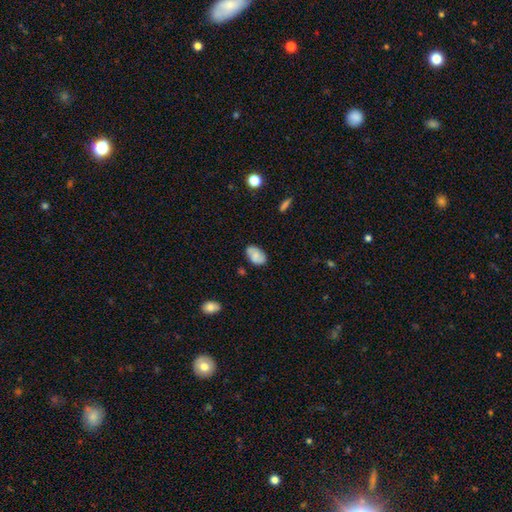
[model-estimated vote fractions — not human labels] Smooth or featured? smooth (69%)
How rounded? in between (91%)
Merging? none (75%)